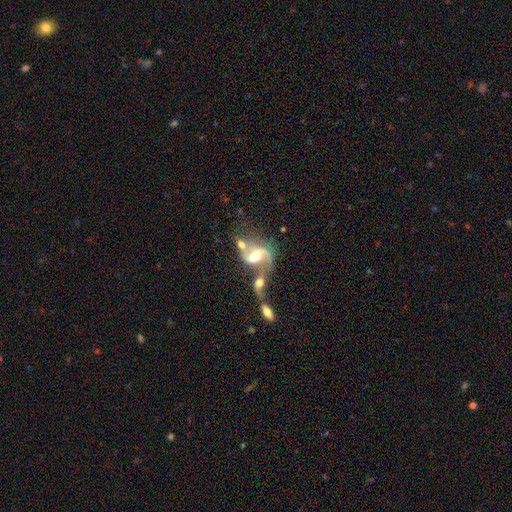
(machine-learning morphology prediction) Smooth or featured?
  - featured or disk: 81% *
  - smooth: 12%
  - star or artifact: 7%
Edge-on disk?
  - no: 96% *
  - yes: 4%
Bar?
  - weak: 42% *
  - strong: 38%
  - no: 19%
Spiral arms?
  - yes: 90% *
  - no: 10%
Spiral winding?
  - loose: 61% *
  - medium: 32%
  - tight: 7%
Spiral arm count?
  - 2: 85% *
  - 1: 7%
  - can't tell: 4%
  - 3: 1%
  - 4: 1%
  - more than 4: 1%
Bulge size?
  - moderate: 58% *
  - small: 19%
  - large: 17%
  - none: 5%
  - dominant: 2%
Merging?
  - merger: 56% *
  - none: 22%
  - major disturbance: 12%
  - minor disturbance: 10%